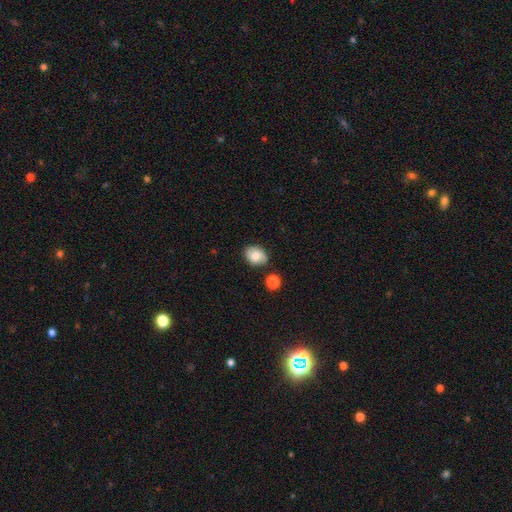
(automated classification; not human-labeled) smooth_or_featured: smooth (p=0.71) [alt: featured or disk p=0.20]
how_rounded: in between (p=0.64) [alt: round p=0.35]
merging: none (p=0.74) [alt: minor disturbance p=0.17]